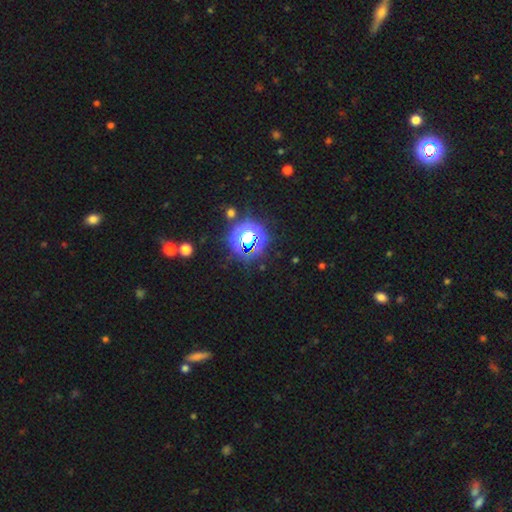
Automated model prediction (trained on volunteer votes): A star or artifact, not a galaxy (80%).

Vote fractions:
- Smooth or featured? star or artifact: 80% / smooth: 14% / featured or disk: 6%